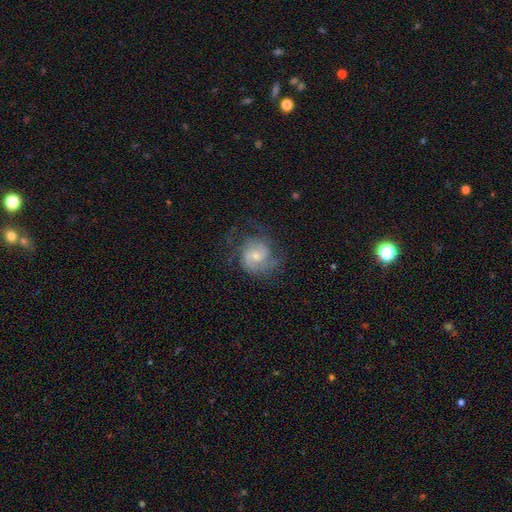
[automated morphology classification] Overall: featured or disk (73%). Edge-on disk: no (98%). Bar: no (58%; weak 37%). Spiral arms: yes (91%). Spiral arm count: 2 (57%; can't tell 22%). Spiral winding: medium (43%; tight 41%). Bulge size: small (53%; moderate 40%). Merging: none (61%).